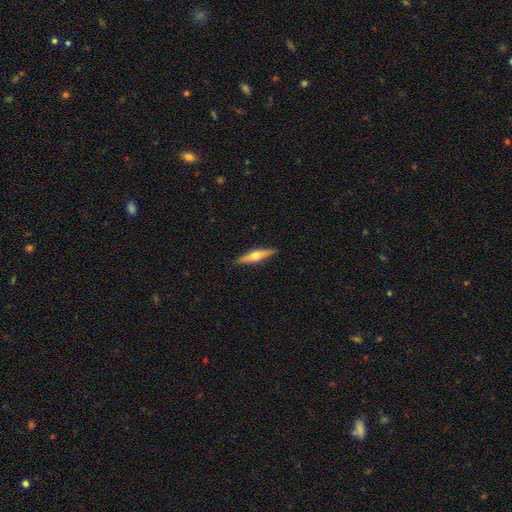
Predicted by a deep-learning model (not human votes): A featured or disk galaxy (56%) viewed edge-on (94%) with a rounded central bulge (92%). Merging: none (90%).